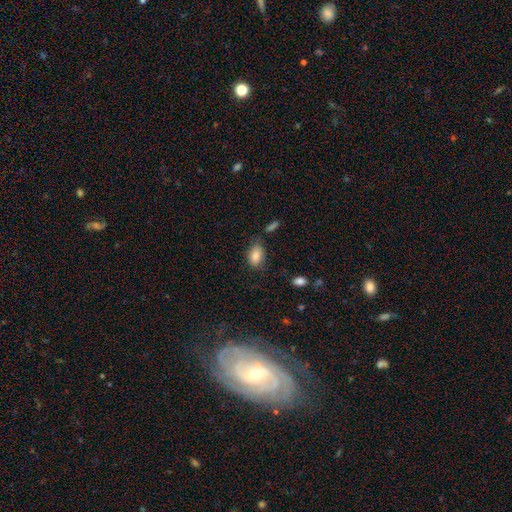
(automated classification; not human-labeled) smooth-or-featured: smooth: 85% | star or artifact: 8% | featured or disk: 7%
  how-rounded: in between: 89% | round: 9% | cigar-shaped: 2%
  merging: none: 65% | minor disturbance: 24% | major disturbance: 7% | merger: 4%